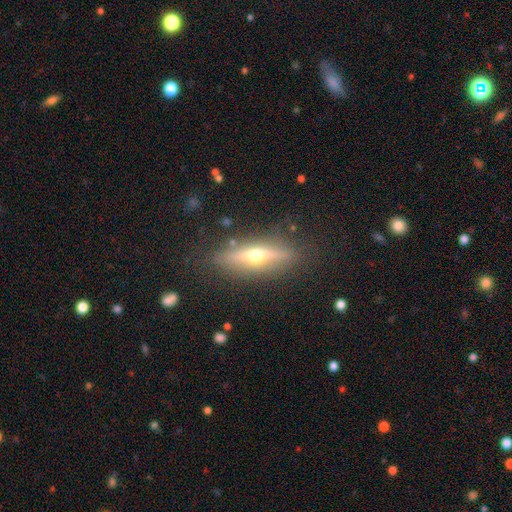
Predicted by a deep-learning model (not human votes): This appears to be a featured or disk galaxy (66%) viewed edge-on (92%) with a rounded central bulge (94%). Merging: none (85%).